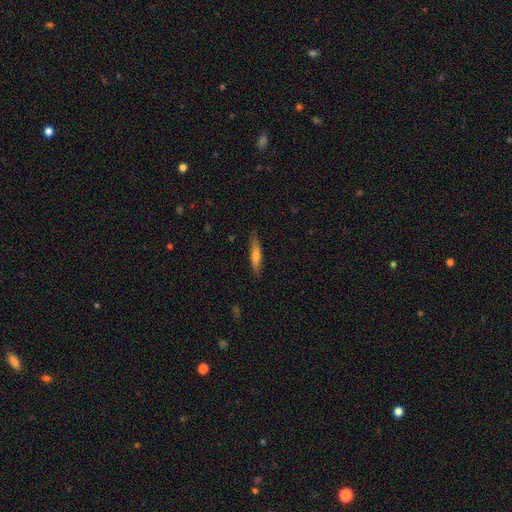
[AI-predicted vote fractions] Smooth or featured: smooth — 62% (featured or disk — 32%)
How rounded: cigar-shaped — 83% (in between — 15%)
Merging: none — 83% (minor disturbance — 13%)